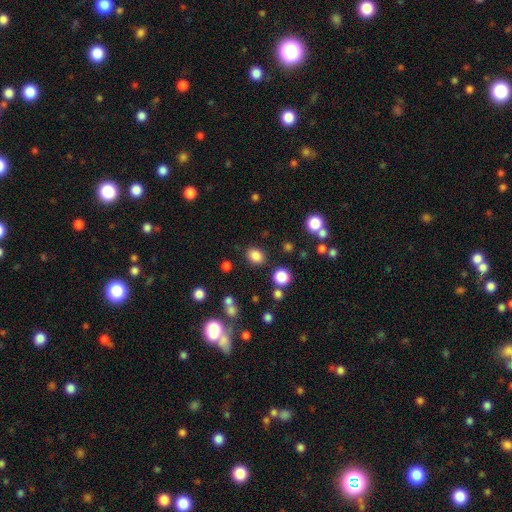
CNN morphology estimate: The model was most divided on "how rounded": round: 53%, in between: 46%, cigar-shaped: 1%. More confident: merging — none (84%); smooth or featured — smooth (83%).